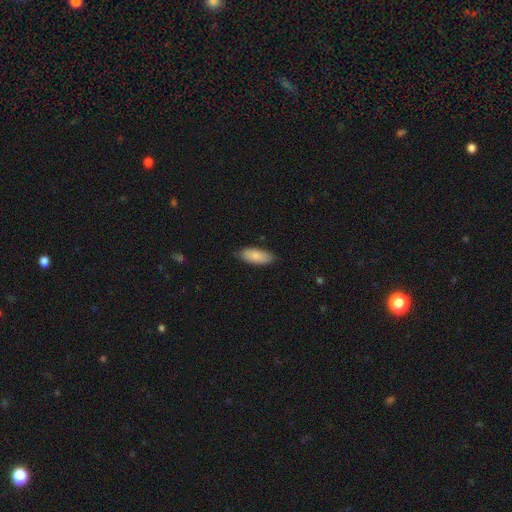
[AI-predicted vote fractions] Q: Smooth or featured?
A: smooth (82%); runner-up: featured or disk (12%)
Q: How rounded?
A: in between (84%); runner-up: cigar-shaped (14%)
Q: Merging?
A: none (80%); runner-up: minor disturbance (17%)